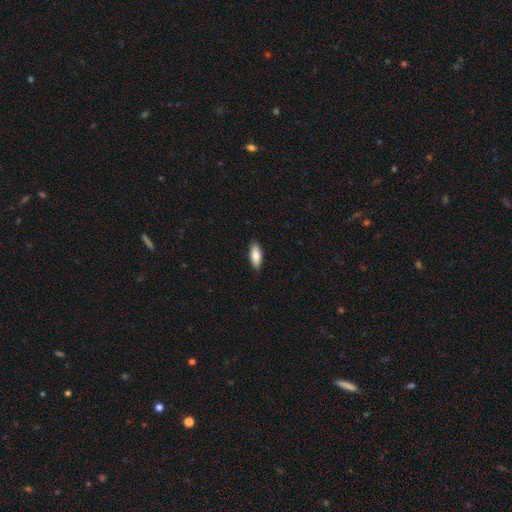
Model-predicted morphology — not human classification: smooth_or_featured: smooth (p=0.85) [alt: featured or disk p=0.09]
how_rounded: in between (p=0.78) [alt: cigar-shaped p=0.21]
merging: none (p=0.87) [alt: minor disturbance p=0.10]